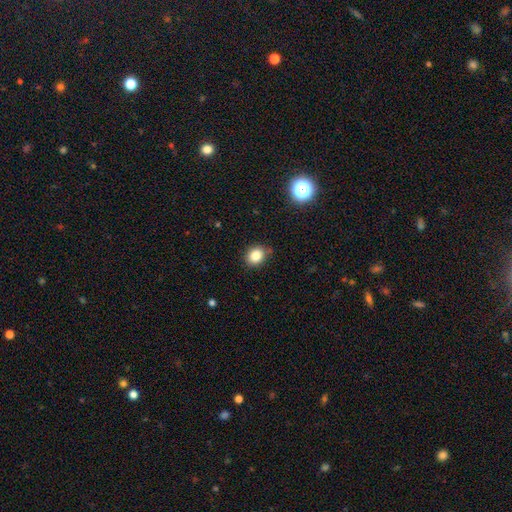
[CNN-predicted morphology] Smooth or featured? Predicted: smooth (p=0.84). How rounded? Predicted: round (p=0.60). Merging? Predicted: none (p=0.81).